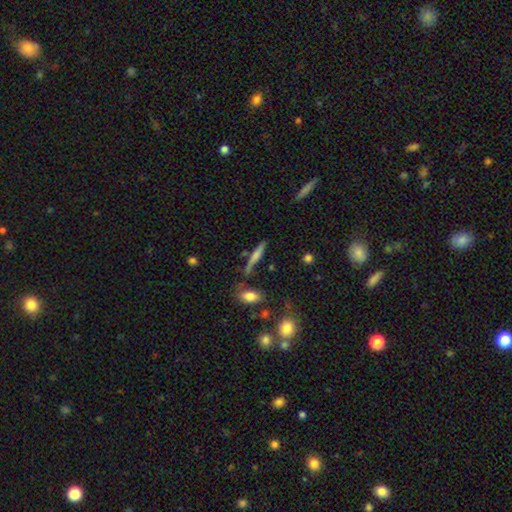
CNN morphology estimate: A featured or disk galaxy (47%).

Vote fractions:
- Smooth or featured? featured or disk: 47% / smooth: 42% / star or artifact: 11%
- Merging? none: 78% / minor disturbance: 13% / merger: 6% / major disturbance: 4%